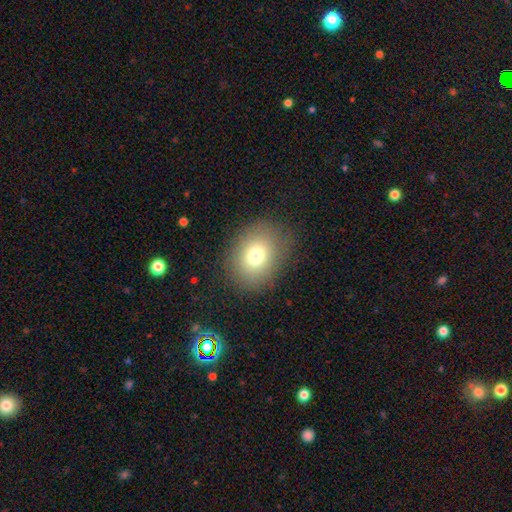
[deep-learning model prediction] Overall: smooth (75%). How rounded: in between (53%; round 46%). Merging: none (83%).